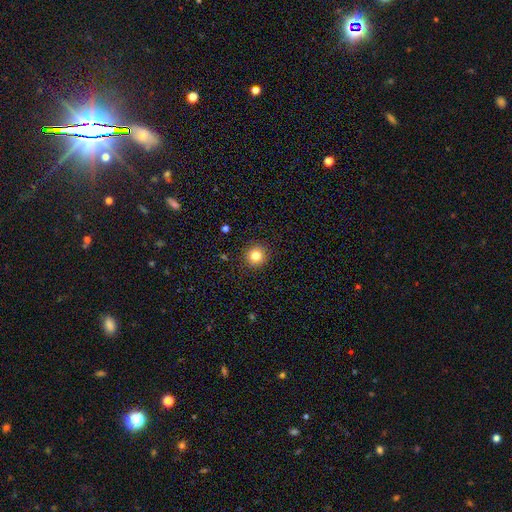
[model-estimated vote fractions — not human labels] Smooth or featured?
  - smooth: 82% *
  - star or artifact: 11%
  - featured or disk: 7%
How rounded?
  - round: 94% *
  - in between: 5%
  - cigar-shaped: 1%
Merging?
  - none: 91% *
  - minor disturbance: 6%
  - major disturbance: 2%
  - merger: 1%